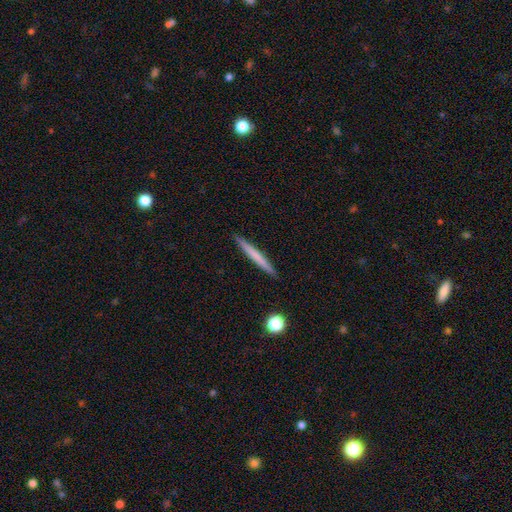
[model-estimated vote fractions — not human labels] Smooth or featured? Predicted: smooth (p=0.62). How rounded? Predicted: cigar-shaped (p=0.97). Merging? Predicted: none (p=0.92).